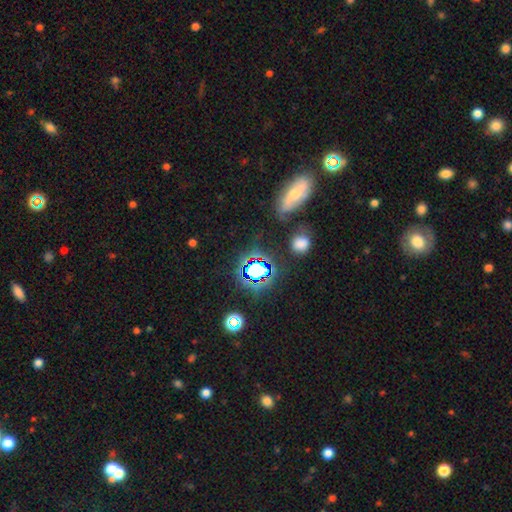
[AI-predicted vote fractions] Smooth or featured? star or artifact (70%)